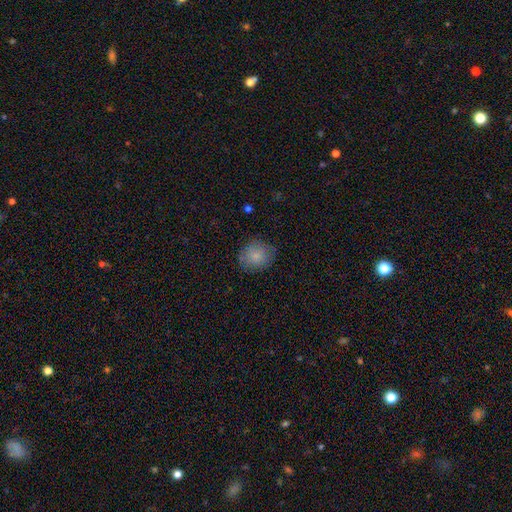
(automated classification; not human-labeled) Smooth or featured?
  - smooth: 83% *
  - star or artifact: 8%
  - featured or disk: 8%
How rounded?
  - round: 80% *
  - in between: 19%
  - cigar-shaped: 1%
Merging?
  - none: 79% *
  - minor disturbance: 16%
  - major disturbance: 4%
  - merger: 1%